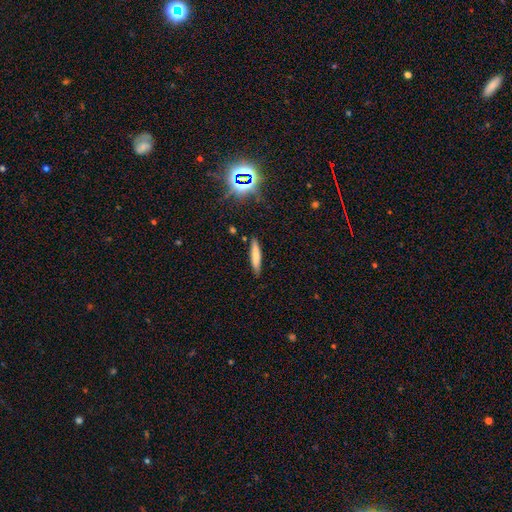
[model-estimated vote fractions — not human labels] Q: Smooth or featured?
A: smooth (72%); runner-up: featured or disk (19%)
Q: How rounded?
A: cigar-shaped (87%); runner-up: in between (11%)
Q: Merging?
A: none (87%); runner-up: minor disturbance (10%)